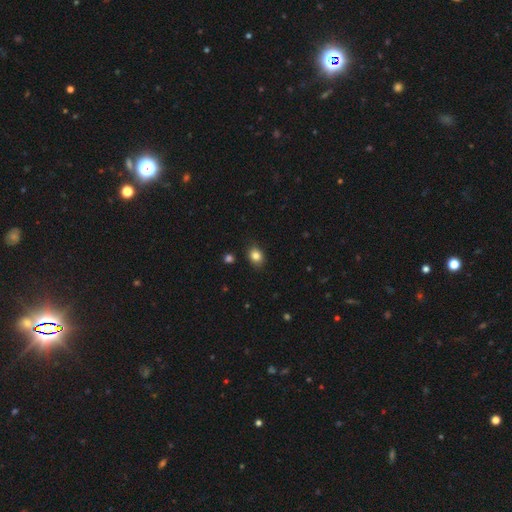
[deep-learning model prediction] Smooth or featured? smooth (84%)
How rounded? in between (59%)
Merging? none (84%)